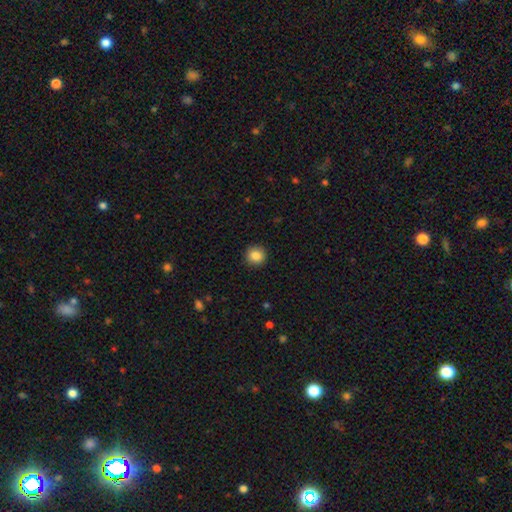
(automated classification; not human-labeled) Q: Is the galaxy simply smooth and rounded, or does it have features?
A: smooth — 86%.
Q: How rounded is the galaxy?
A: round — 91%.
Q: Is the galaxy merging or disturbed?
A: none — 92%.